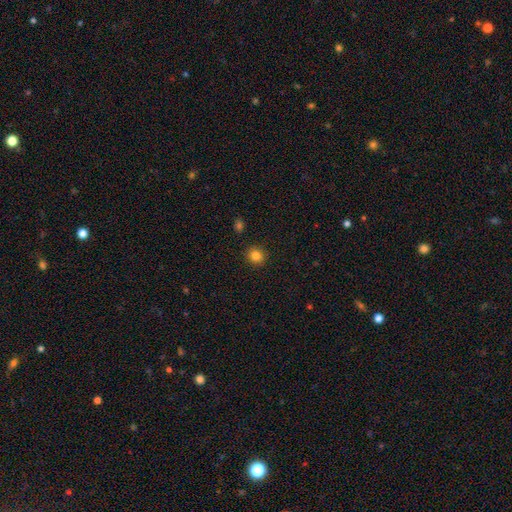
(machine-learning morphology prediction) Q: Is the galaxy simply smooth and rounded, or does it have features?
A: smooth — 83%.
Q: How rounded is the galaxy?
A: round — 86%.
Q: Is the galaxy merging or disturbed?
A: none — 91%.